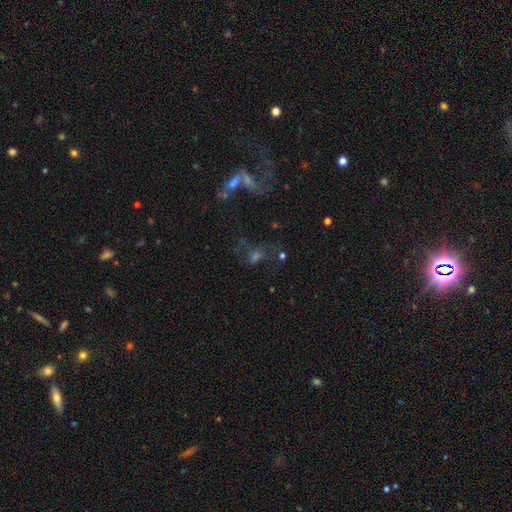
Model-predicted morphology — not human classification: Smooth or featured? featured or disk (38%)
Merging? none (39%)